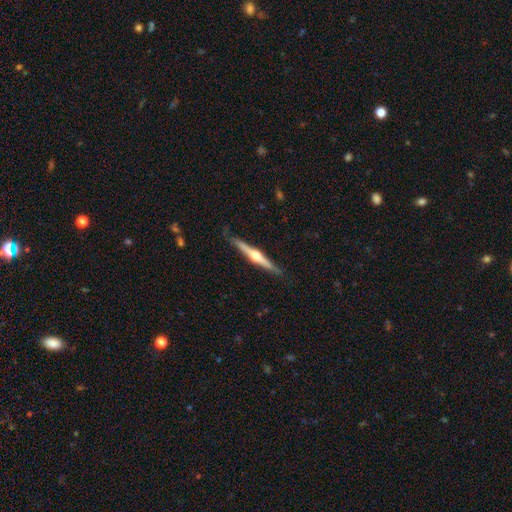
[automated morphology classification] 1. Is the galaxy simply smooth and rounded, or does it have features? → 77% featured or disk, 19% smooth, 5% star or artifact.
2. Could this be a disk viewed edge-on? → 98% yes, 2% no.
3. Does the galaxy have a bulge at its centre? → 93% rounded, 3% none, 3% boxy.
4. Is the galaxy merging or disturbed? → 87% none, 10% minor disturbance, 2% major disturbance, 1% merger.